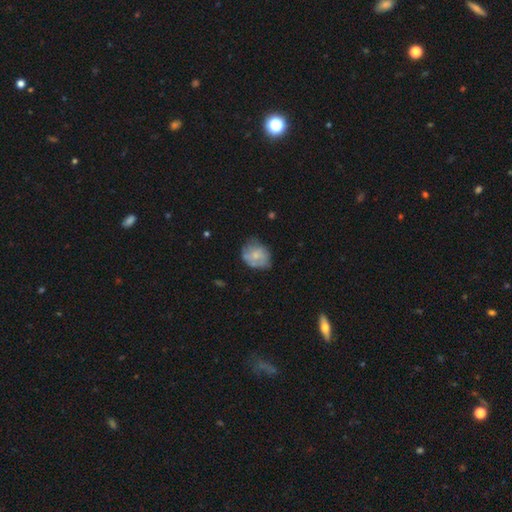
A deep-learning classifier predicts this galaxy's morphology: A smooth galaxy with no disk features (59%) that is round (56%). Merging: none (54%).